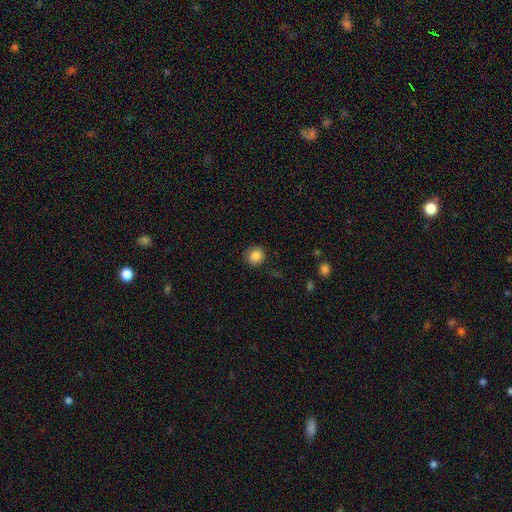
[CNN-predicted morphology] This is clearly a smooth galaxy (85%). How rounded: clearly round (88%). Merging: clearly none (87%).